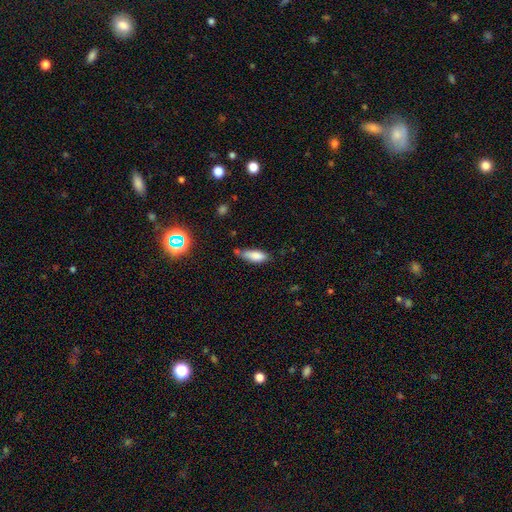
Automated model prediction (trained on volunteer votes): A smooth galaxy with no disk features (82%) that is in between round and cigar-shaped (71%).

Vote fractions:
- Smooth or featured? smooth: 82% / featured or disk: 9% / star or artifact: 9%
- How rounded? in between: 71% / cigar-shaped: 27% / round: 2%
- Merging? none: 50% / minor disturbance: 34% / merger: 8% / major disturbance: 8%